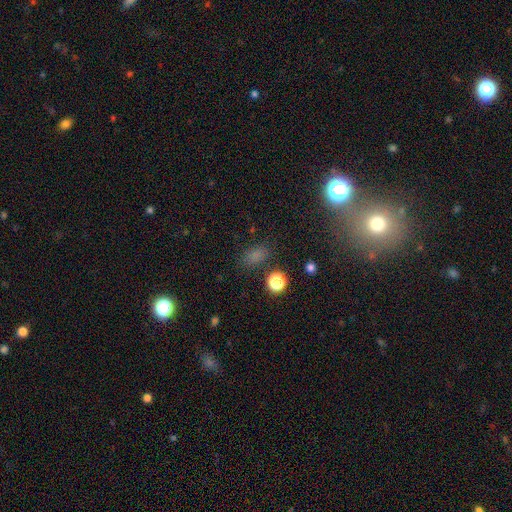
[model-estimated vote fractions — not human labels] This appears to be a smooth galaxy with no disk features (72%) that is in between round and cigar-shaped (79%). Merging: none (80%).